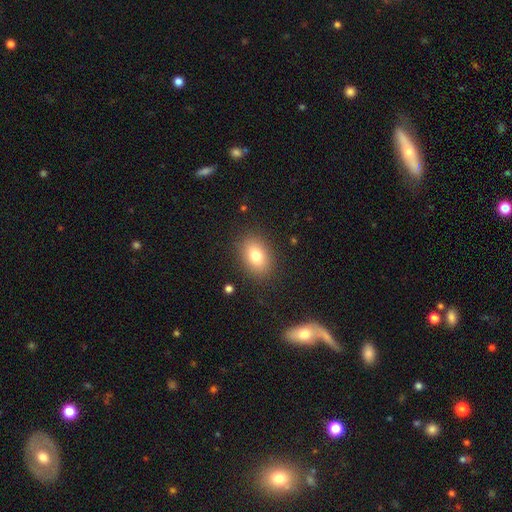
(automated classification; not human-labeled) Smooth or featured? smooth (79%)
How rounded? in between (79%)
Merging? none (86%)